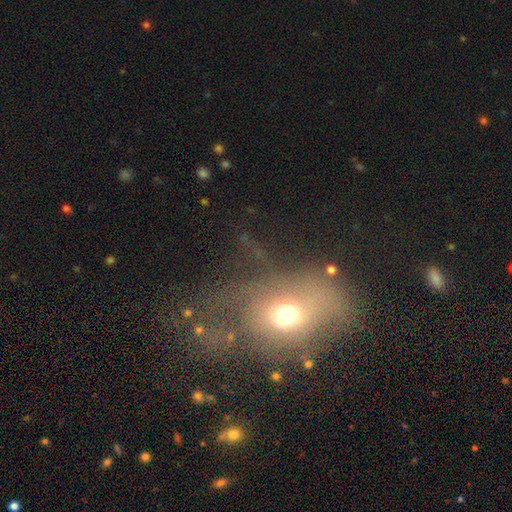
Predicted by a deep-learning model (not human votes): This appears to be a smooth galaxy with no disk features (49%). Merging: none (42%).